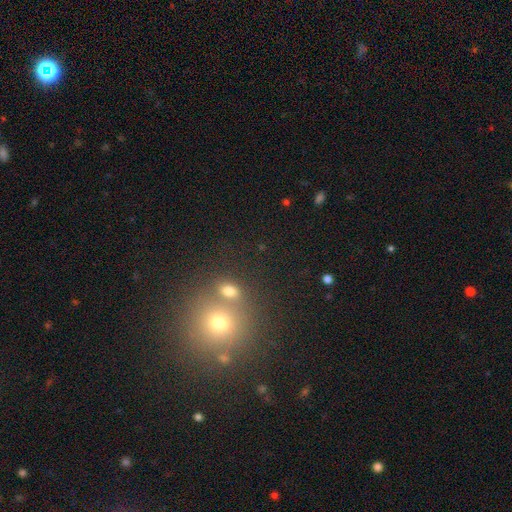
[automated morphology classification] This is possibly a smooth galaxy (51%). How rounded: clearly round (91%). Merging: likely none (66%).